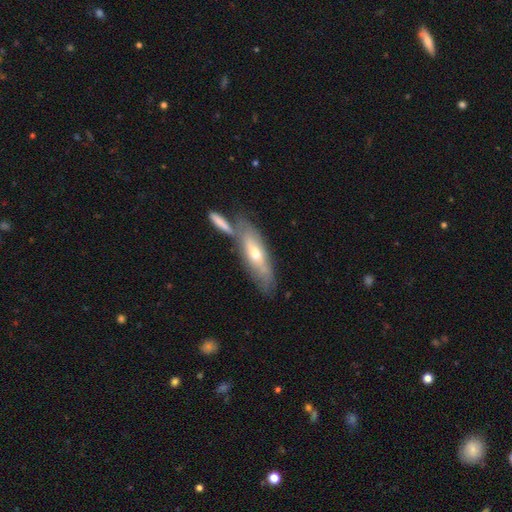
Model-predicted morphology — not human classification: smooth-or-featured: featured or disk: 52% | smooth: 42% | star or artifact: 6%
  disk-edge-on: no: 57% | yes: 43%
  merging: none: 51% | merger: 28% | minor disturbance: 16% | major disturbance: 6%